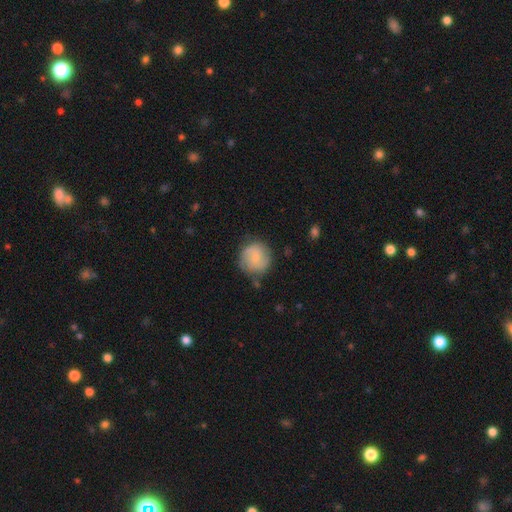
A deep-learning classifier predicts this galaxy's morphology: A smooth galaxy with no disk features (57%) that is round (90%).

Vote fractions:
- Smooth or featured? smooth: 57% / featured or disk: 36% / star or artifact: 7%
- How rounded? round: 90% / in between: 9% / cigar-shaped: 1%
- Merging? none: 74% / minor disturbance: 17% / major disturbance: 5% / merger: 3%